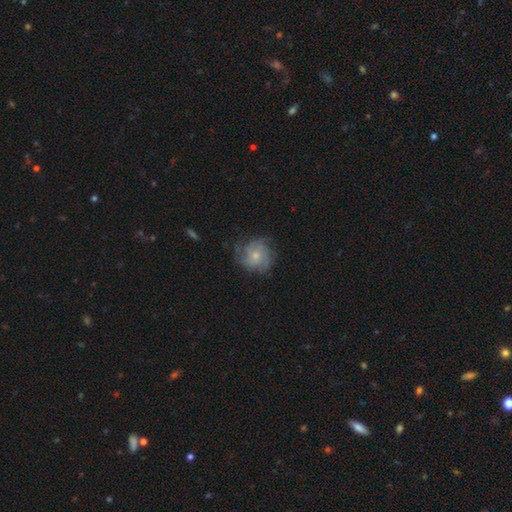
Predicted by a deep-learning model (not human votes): Overall: featured or disk (56%; smooth 35%). Edge-on disk: no (98%). Bar: no (82%). Spiral arms: yes (79%). Bulge size: small (62%; moderate 32%). Merging: none (65%).